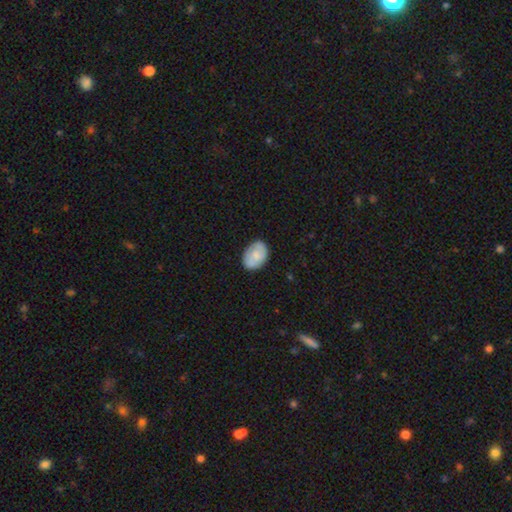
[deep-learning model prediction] This is likely a smooth galaxy (70%). How rounded: clearly in between (82%). Merging: clearly none (82%).